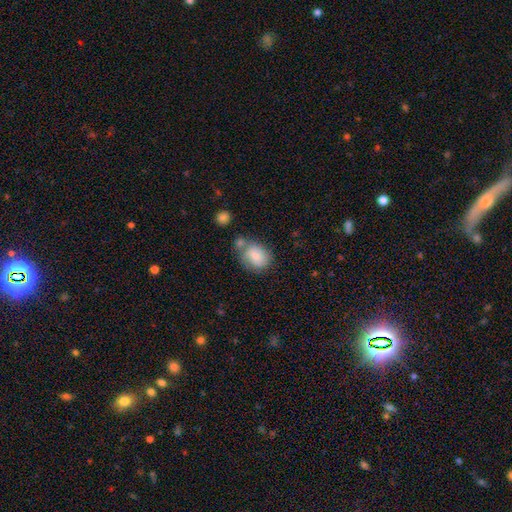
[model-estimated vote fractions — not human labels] The model was most divided on "how rounded": in between: 56%, round: 43%, cigar-shaped: 1%. Remaining: smooth or featured — smooth (76%); merging — none (45%).